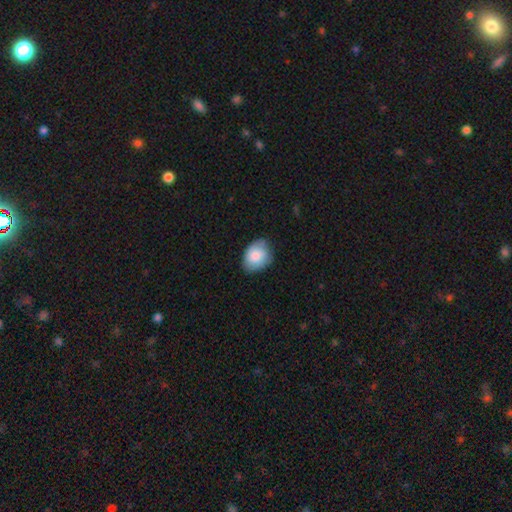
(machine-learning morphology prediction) Q: Smooth or featured?
A: smooth (78%); runner-up: featured or disk (16%)
Q: How rounded?
A: in between (67%); runner-up: round (32%)
Q: Merging?
A: none (72%); runner-up: minor disturbance (23%)